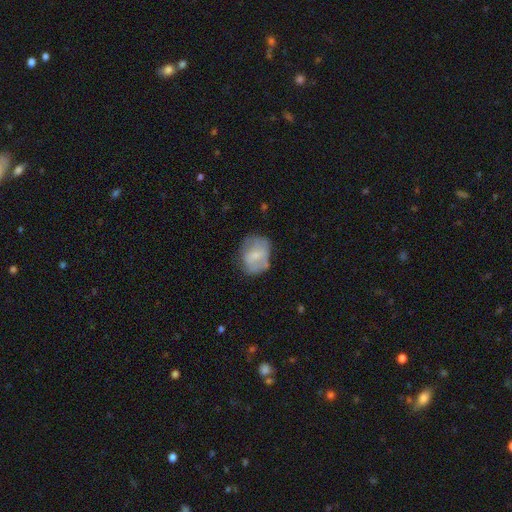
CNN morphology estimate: A smooth galaxy with no disk features (57%) that is in between round and cigar-shaped (52%). Merging: none (55%).